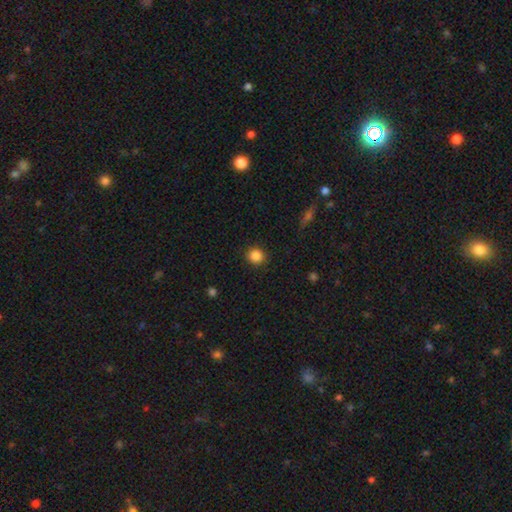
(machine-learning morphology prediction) smooth 86%, star or artifact 11%, featured or disk 3%. Down the decision tree: how rounded — round (91%); merging — none (91%).